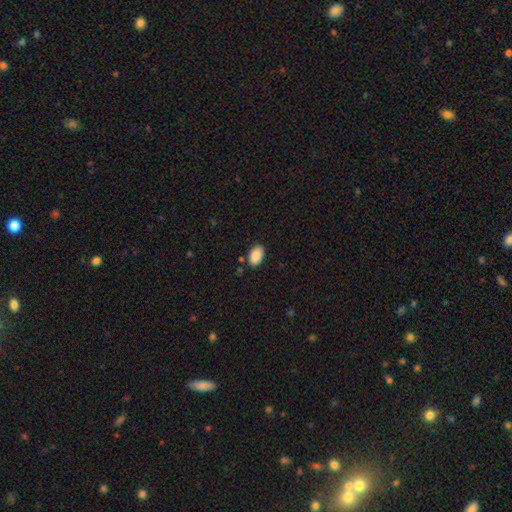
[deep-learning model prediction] Q: Smooth or featured?
A: smooth (89%); runner-up: star or artifact (7%)
Q: How rounded?
A: in between (92%); runner-up: round (7%)
Q: Merging?
A: none (85%); runner-up: minor disturbance (11%)